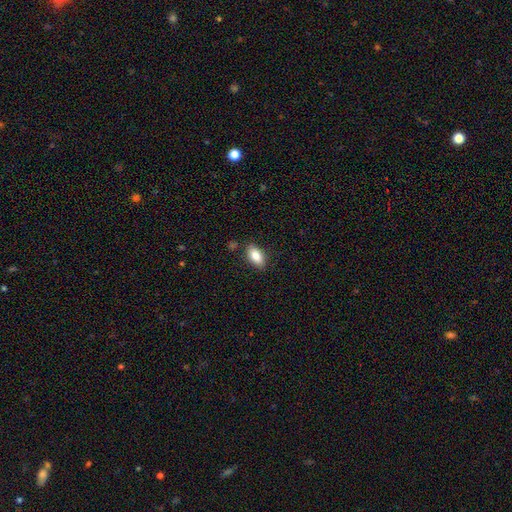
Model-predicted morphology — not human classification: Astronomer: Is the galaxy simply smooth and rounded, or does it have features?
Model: smooth — 85%.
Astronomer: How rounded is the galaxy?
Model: in between — 91%.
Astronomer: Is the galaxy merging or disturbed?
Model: none — 84%.